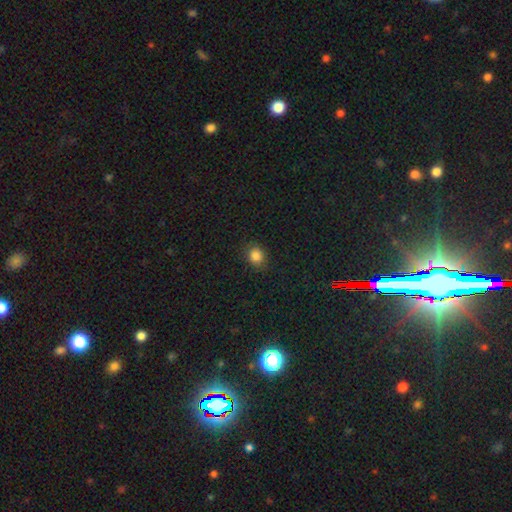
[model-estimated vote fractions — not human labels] Smooth or featured? smooth (83%)
How rounded? round (71%)
Merging? none (84%)